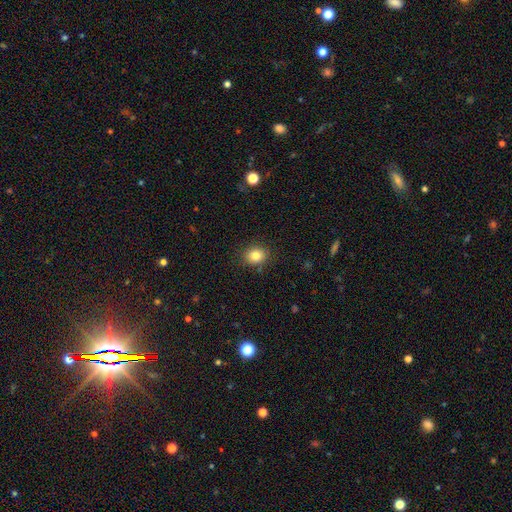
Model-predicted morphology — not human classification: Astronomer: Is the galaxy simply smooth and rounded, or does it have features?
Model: smooth — 82%.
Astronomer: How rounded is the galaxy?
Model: round — 65%.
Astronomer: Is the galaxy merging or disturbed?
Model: none — 88%.